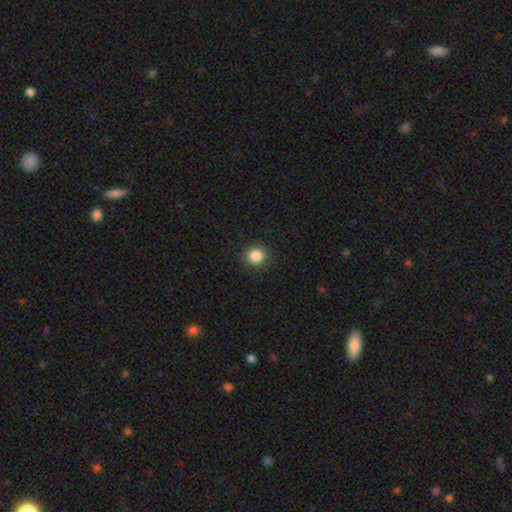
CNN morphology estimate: Smooth or featured: smooth — 86% (star or artifact — 10%)
How rounded: round — 90% (in between — 9%)
Merging: none — 91% (minor disturbance — 6%)